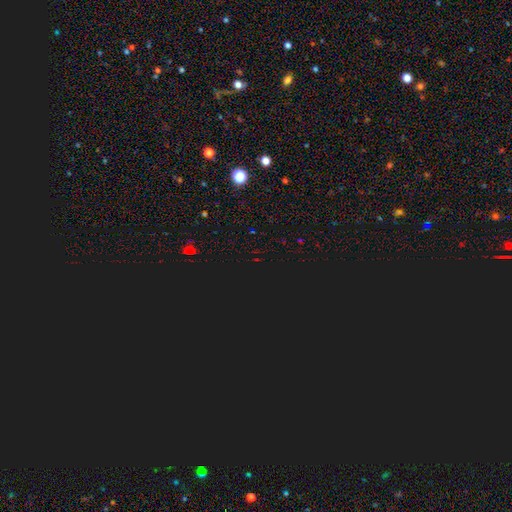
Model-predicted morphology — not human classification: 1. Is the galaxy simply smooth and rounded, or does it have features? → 79% star or artifact, 14% smooth, 7% featured or disk.